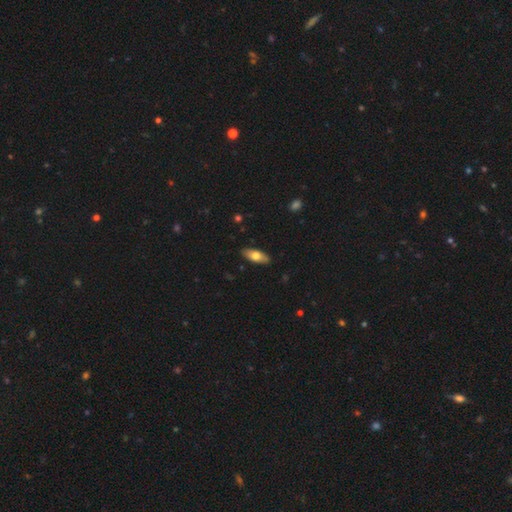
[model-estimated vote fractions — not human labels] The model was most divided on "smooth or featured": smooth: 68%, featured or disk: 27%, star or artifact: 6%. More confident: merging — none (88%); how rounded — in between (77%).